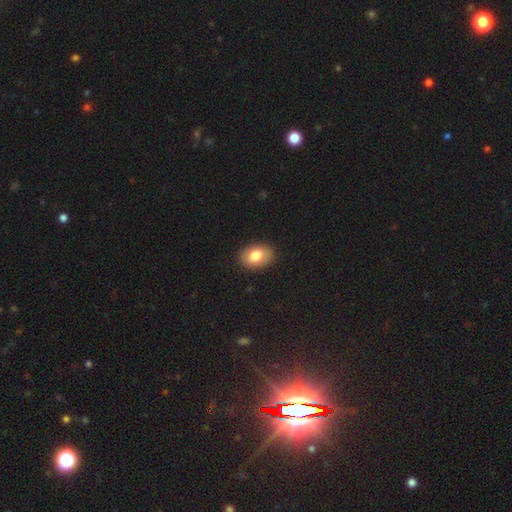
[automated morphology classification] A smooth galaxy with no disk features (81%) that is in between round and cigar-shaped (82%). Merging: none (87%).